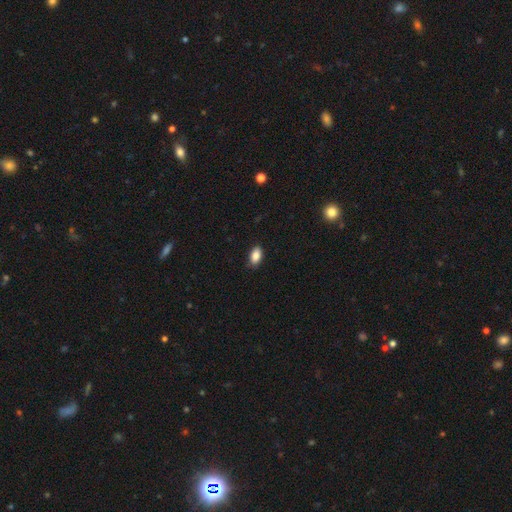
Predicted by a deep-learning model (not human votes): A smooth galaxy with no disk features (87%) that is in between round and cigar-shaped (92%). Merging: none (84%).